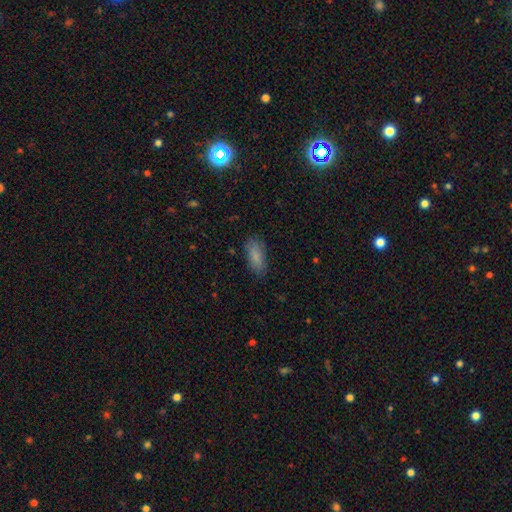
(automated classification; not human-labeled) smooth 84%, featured or disk 9%, star or artifact 7%. Down the decision tree: how rounded — in between (83%); merging — none (80%).